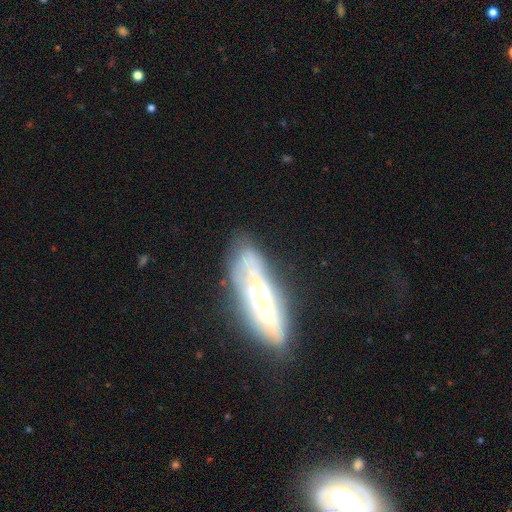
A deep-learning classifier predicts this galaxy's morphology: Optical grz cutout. It shows a featured or disk galaxy (53%) viewed edge-on (56%). Merging: none (72%).